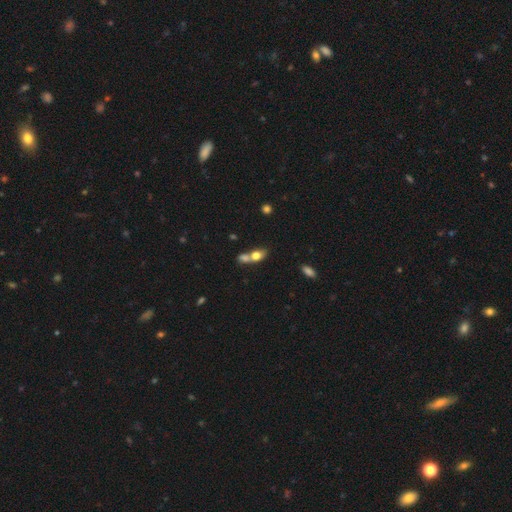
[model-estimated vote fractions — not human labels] Smooth or featured? Predicted: smooth (p=0.72). How rounded? Predicted: in between (p=0.68). Merging? Predicted: merger (p=0.61).